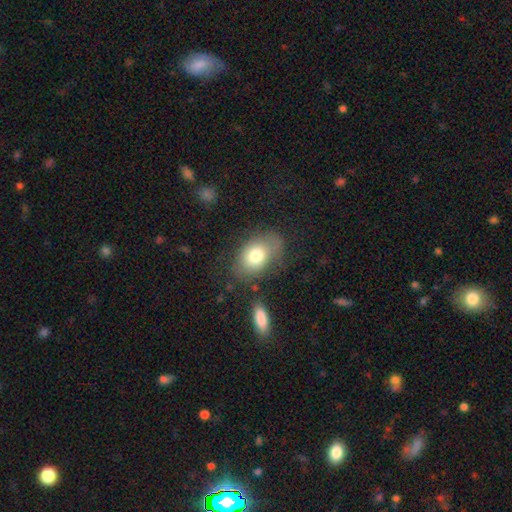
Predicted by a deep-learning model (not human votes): Morphology: type=smooth (76%); roundness=in between (79%); merging=none (61%).